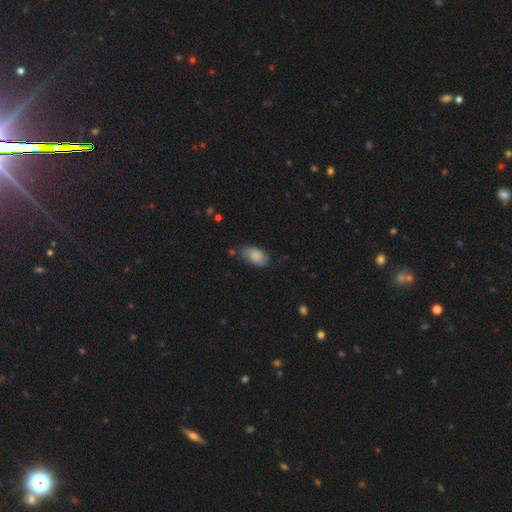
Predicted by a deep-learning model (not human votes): The model was most divided on "merging": none: 69%, minor disturbance: 23%, major disturbance: 5%, merger: 3%. More confident: how rounded — in between (94%); smooth or featured — smooth (85%).